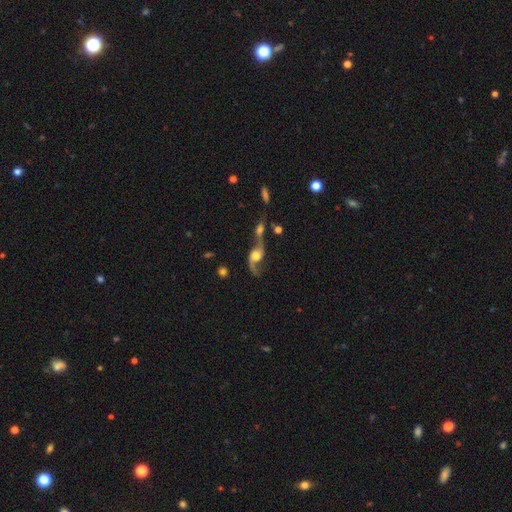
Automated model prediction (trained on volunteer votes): Smooth or featured?
  - featured or disk: 81% *
  - smooth: 11%
  - star or artifact: 8%
Edge-on disk?
  - no: 93% *
  - yes: 7%
Bar?
  - no: 63% *
  - weak: 29%
  - strong: 8%
Spiral arms?
  - yes: 94% *
  - no: 6%
Spiral winding?
  - loose: 84% *
  - medium: 13%
  - tight: 3%
Spiral arm count?
  - 2: 90% *
  - 1: 5%
  - can't tell: 2%
  - 3: 1%
  - 4: 1%
  - more than 4: 1%
Bulge size?
  - moderate: 44% *
  - large: 35%
  - small: 12%
  - none: 5%
  - dominant: 4%
Merging?
  - merger: 40% *
  - none: 35%
  - minor disturbance: 12%
  - major disturbance: 12%